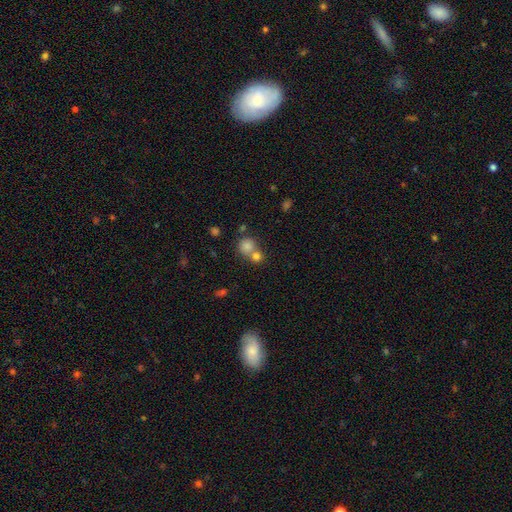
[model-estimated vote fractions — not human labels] This appears to be a smooth galaxy with no disk features (50%) that is round (64%). Merging: none (56%).